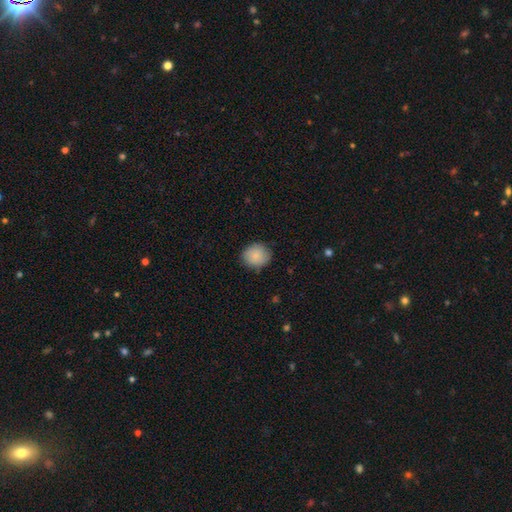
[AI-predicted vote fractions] smooth-or-featured: smooth: 86% | star or artifact: 7% | featured or disk: 7%
  how-rounded: round: 78% | in between: 21% | cigar-shaped: 1%
  merging: none: 83% | minor disturbance: 13% | major disturbance: 3% | merger: 1%